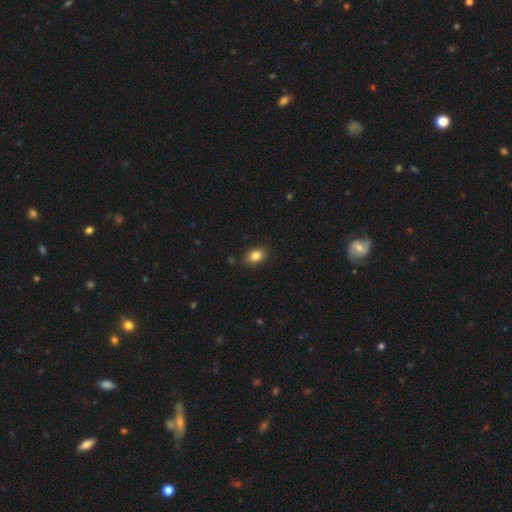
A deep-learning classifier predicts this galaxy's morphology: type=smooth (84%); roundness=in between (74%); merging=none (86%).